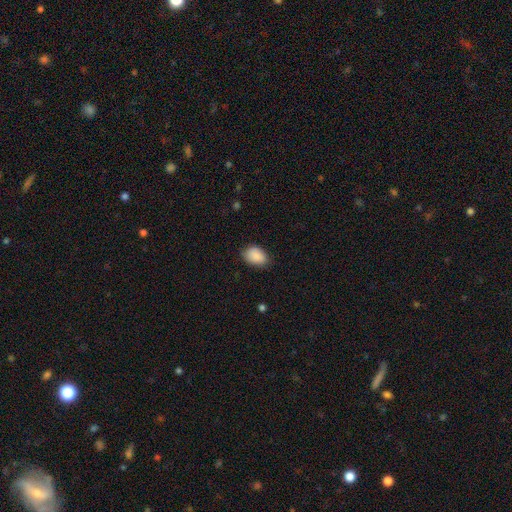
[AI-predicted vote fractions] A smooth galaxy with no disk features (89%) that is in between round and cigar-shaped (83%). Merging: none (80%).